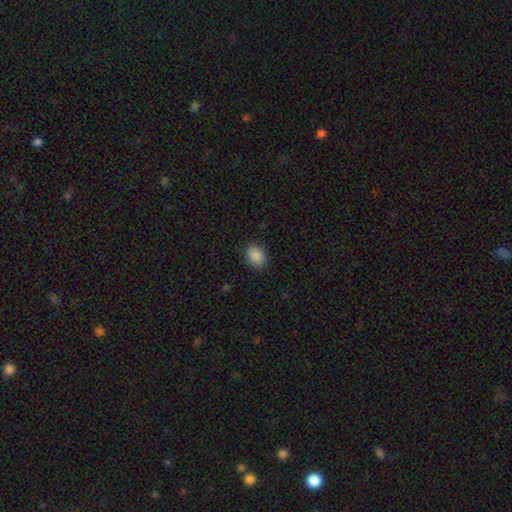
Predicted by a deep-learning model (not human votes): Smooth or featured: smooth — 89% (star or artifact — 9%)
How rounded: in between — 63% (round — 36%)
Merging: none — 88% (minor disturbance — 9%)